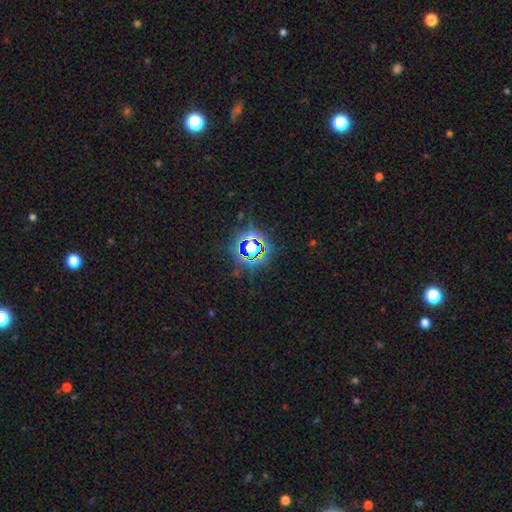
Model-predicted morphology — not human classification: Overall: star or artifact (80%).